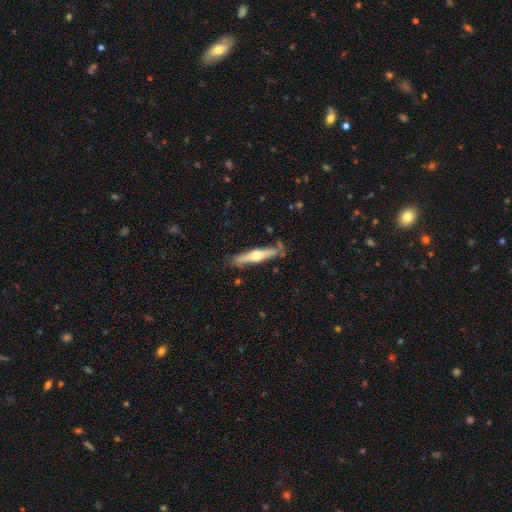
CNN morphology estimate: Smooth or featured? Predicted: featured or disk (p=0.55). Edge-on disk? Predicted: yes (p=0.94). Edge-on bulge? Predicted: rounded (p=0.91). Merging? Predicted: none (p=0.79).